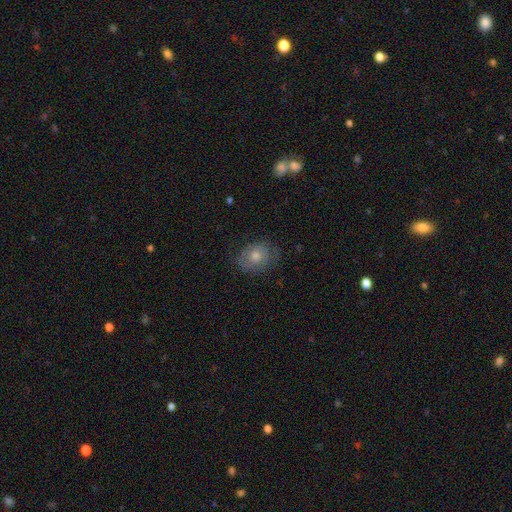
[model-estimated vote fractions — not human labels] Q: Smooth or featured?
A: smooth (54%); runner-up: featured or disk (33%)
Q: How rounded?
A: in between (50%); runner-up: round (49%)
Q: Merging?
A: none (78%); runner-up: minor disturbance (16%)